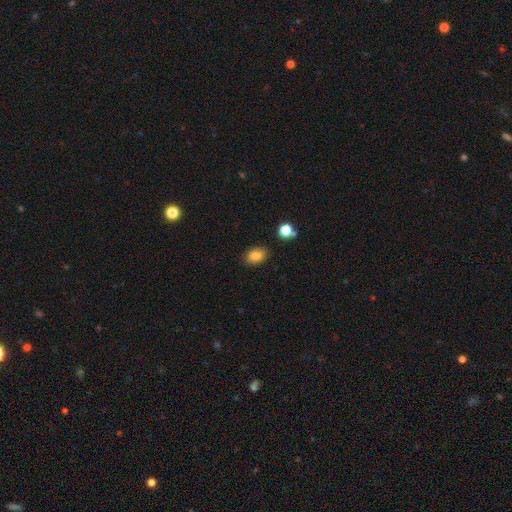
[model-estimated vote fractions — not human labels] smooth-or-featured: smooth: 83% | star or artifact: 10% | featured or disk: 7%
  how-rounded: in between: 79% | round: 20% | cigar-shaped: 1%
  merging: none: 86% | minor disturbance: 10% | major disturbance: 2% | merger: 2%